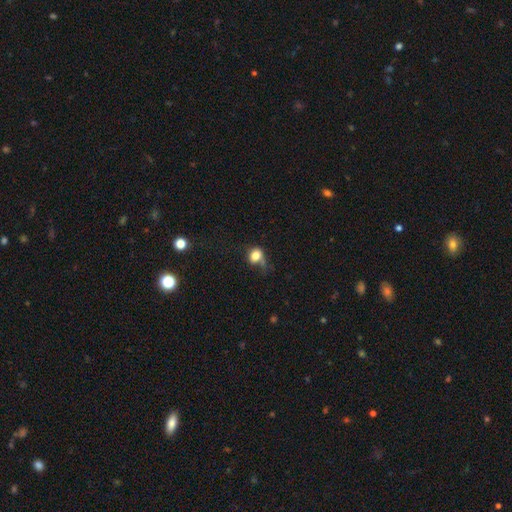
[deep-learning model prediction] smooth_or_featured: smooth (p=0.76) [alt: featured or disk p=0.13]
how_rounded: round (p=0.56) [alt: in between p=0.42]
merging: none (p=0.34) [alt: major disturbance p=0.30]